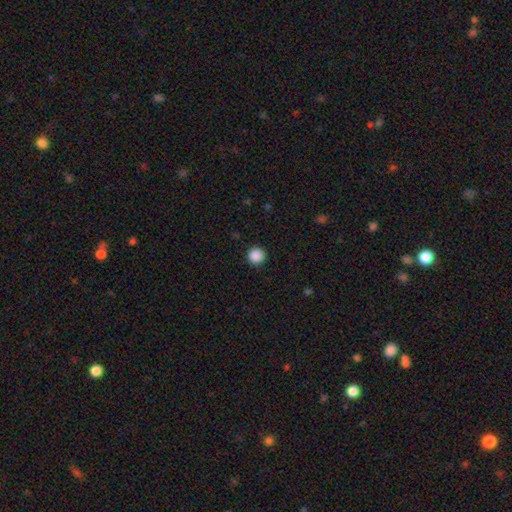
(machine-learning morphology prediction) The model was most divided on "smooth or featured": smooth: 88%, star or artifact: 9%, featured or disk: 2%. More confident: how rounded — round (95%); merging — none (92%).